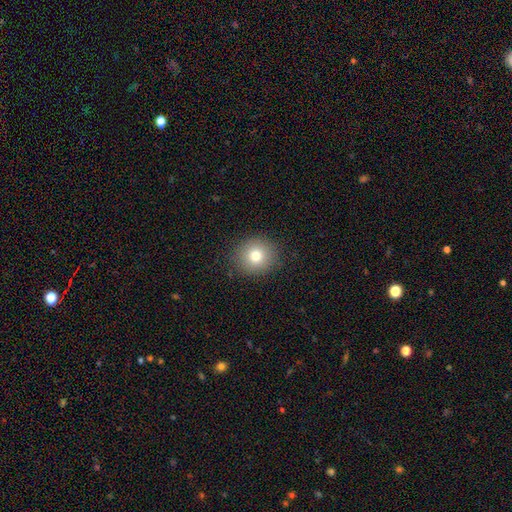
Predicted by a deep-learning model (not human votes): The model was most divided on "smooth or featured": smooth: 78%, star or artifact: 12%, featured or disk: 10%. More confident: merging — none (89%); how rounded — round (86%).